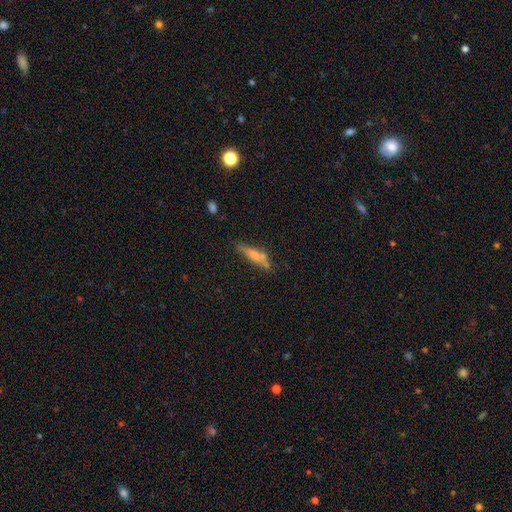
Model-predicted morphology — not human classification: Overall: smooth (52%; featured or disk 39%). How rounded: cigar-shaped (73%). Merging: none (59%; minor disturbance 21%).